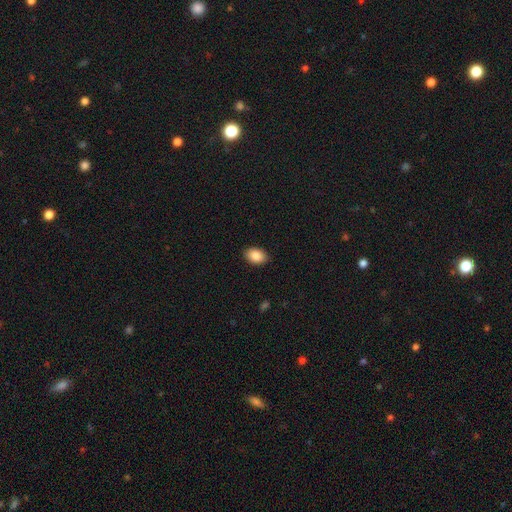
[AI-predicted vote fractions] The model was most divided on "how rounded": in between: 86%, round: 13%, cigar-shaped: 1%. More confident: merging — none (89%); smooth or featured — smooth (88%).